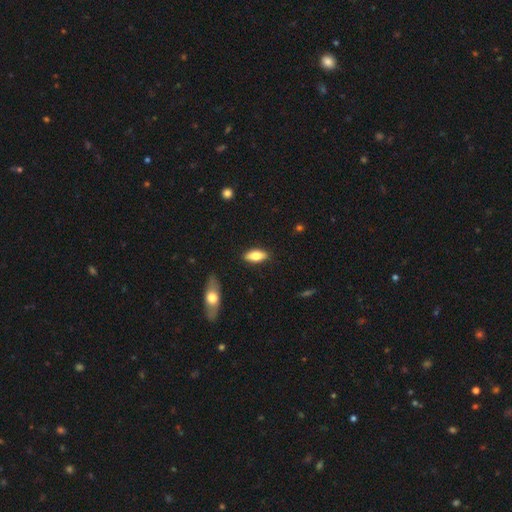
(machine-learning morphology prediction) Smooth or featured? Predicted: smooth (p=0.76). How rounded? Predicted: in between (p=0.82). Merging? Predicted: none (p=0.87).